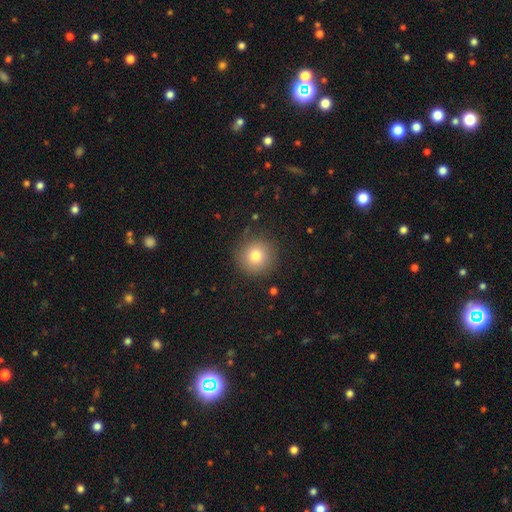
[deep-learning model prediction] Smooth or featured? smooth (79%)
How rounded? round (94%)
Merging? none (87%)